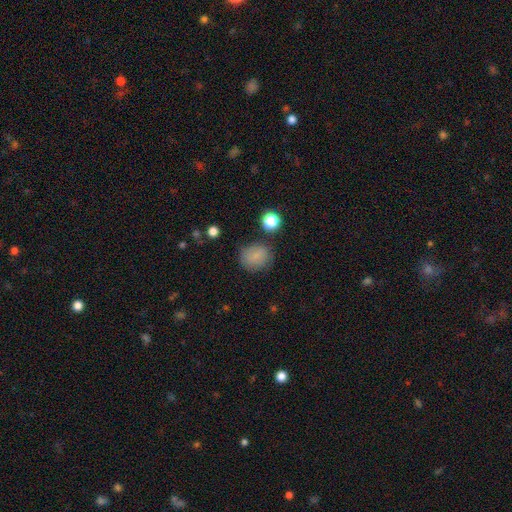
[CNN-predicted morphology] The model was most divided on "how rounded": round: 73%, in between: 26%, cigar-shaped: 1%. More confident: smooth or featured — smooth (81%); merging — none (77%).